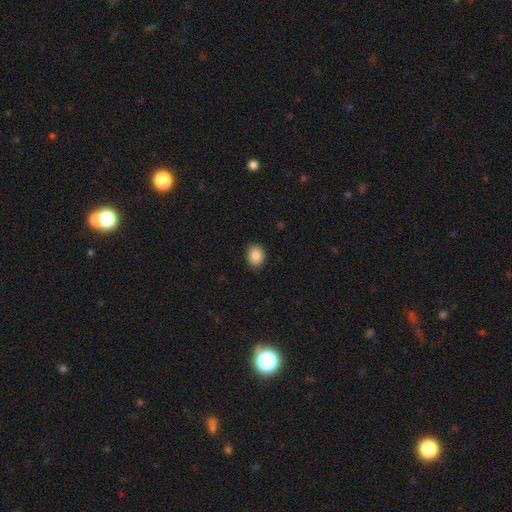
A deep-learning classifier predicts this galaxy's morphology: smooth-or-featured: smooth: 88% | star or artifact: 9% | featured or disk: 3%
  how-rounded: round: 52% | in between: 47% | cigar-shaped: 1%
  merging: none: 87% | minor disturbance: 10% | major disturbance: 2% | merger: 1%